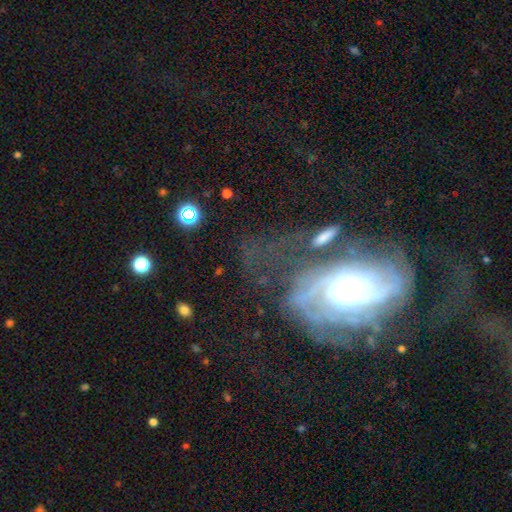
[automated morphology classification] The model was most divided on "spiral arm count": can't tell: 34%, 2: 28%, 3: 16%, 4: 8%, more than 4: 7%, 1: 6%. More confident: edge-on disk — no (94%); spiral arms — yes (92%); smooth or featured — featured or disk (78%); spiral winding — tight (64%); bar — no (57%); bulge size — small (55%); merging — none (51%).